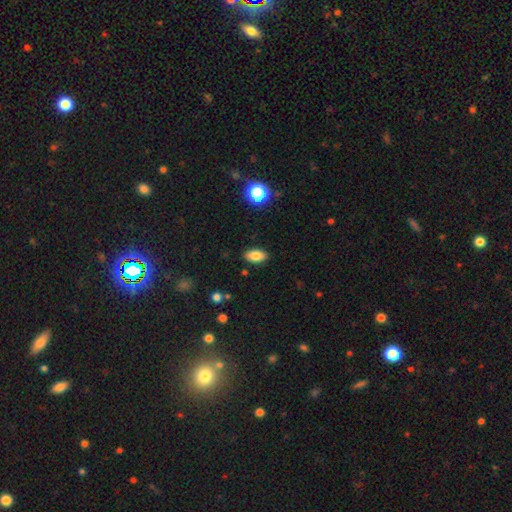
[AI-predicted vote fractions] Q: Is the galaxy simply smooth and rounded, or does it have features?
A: smooth — 83%.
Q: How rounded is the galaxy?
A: in between — 91%.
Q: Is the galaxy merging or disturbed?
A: none — 88%.